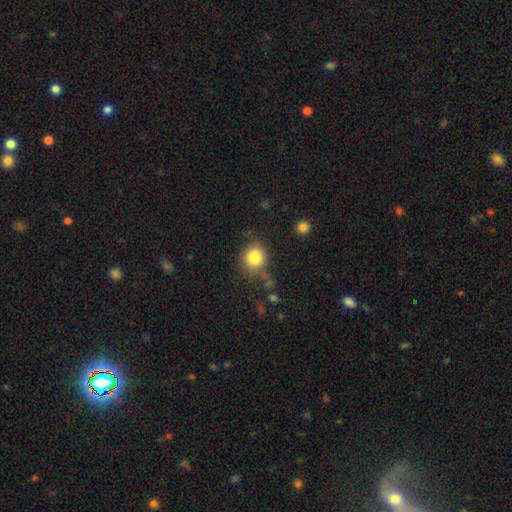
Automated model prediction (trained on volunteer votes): Smooth or featured: smooth — 83% (star or artifact — 10%)
How rounded: round — 75% (in between — 24%)
Merging: none — 71% (minor disturbance — 18%)